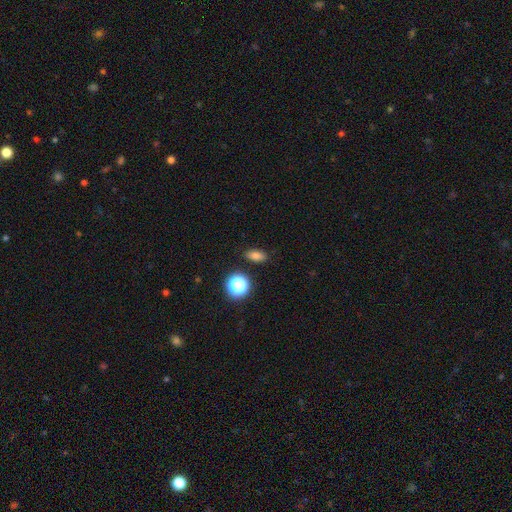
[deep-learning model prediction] Smooth or featured?
  - smooth: 78% *
  - star or artifact: 16%
  - featured or disk: 6%
How rounded?
  - in between: 78% *
  - round: 15%
  - cigar-shaped: 7%
Merging?
  - none: 88% *
  - minor disturbance: 8%
  - major disturbance: 2%
  - merger: 2%